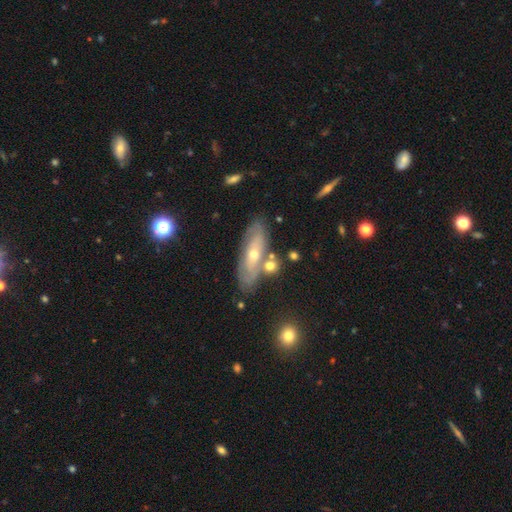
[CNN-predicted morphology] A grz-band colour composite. It shows a featured or disk galaxy (65%). Merging: none (75%).